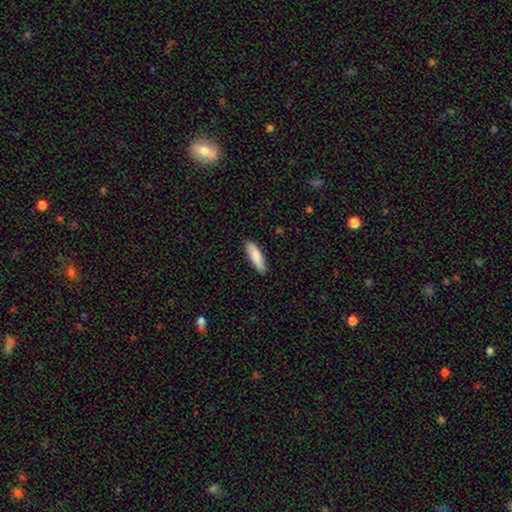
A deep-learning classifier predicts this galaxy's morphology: Smooth or featured?
  - smooth: 85% *
  - featured or disk: 10%
  - star or artifact: 5%
How rounded?
  - cigar-shaped: 55% *
  - in between: 44%
  - round: 1%
Merging?
  - none: 87% *
  - minor disturbance: 10%
  - major disturbance: 2%
  - merger: 1%